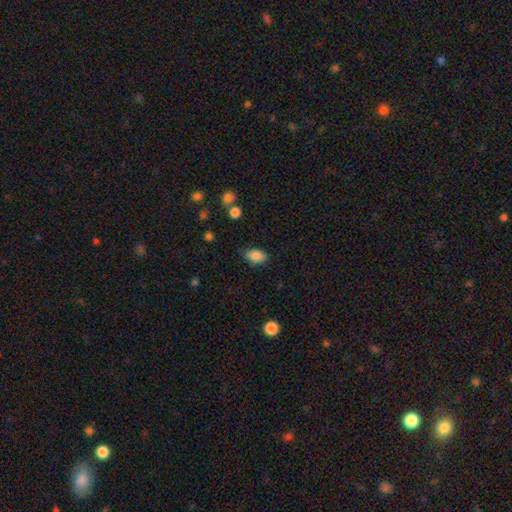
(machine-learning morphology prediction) This is clearly a smooth galaxy (86%). How rounded: clearly in between (89%). Merging: likely none (78%).